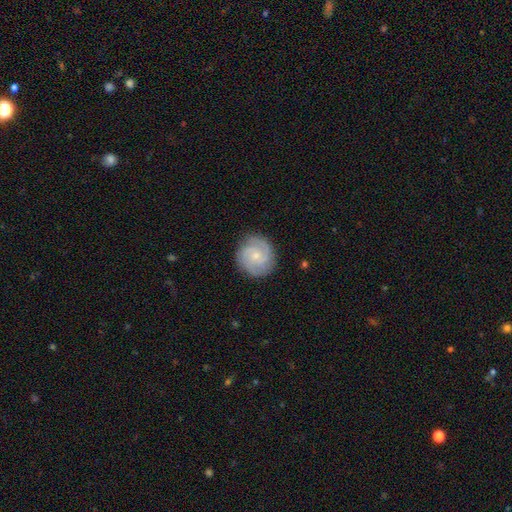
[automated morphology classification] smooth-or-featured: featured or disk: 78% | smooth: 16% | star or artifact: 6%
  disk-edge-on: no: 98% | yes: 2%
    bar: no: 69% | weak: 27% | strong: 4%
    has-spiral-arms: yes: 97% | no: 3%
      spiral-winding: tight: 59% | medium: 34% | loose: 6%
      spiral-arm-count: 3: 40% | 2: 32% | can't tell: 12% | 4: 7% | 1: 4% | more than 4: 4%
    bulge-size: small: 75% | moderate: 20% | none: 3% | large: 1% | dominant: 1%
  merging: none: 86% | minor disturbance: 10% | major disturbance: 3% | merger: 1%